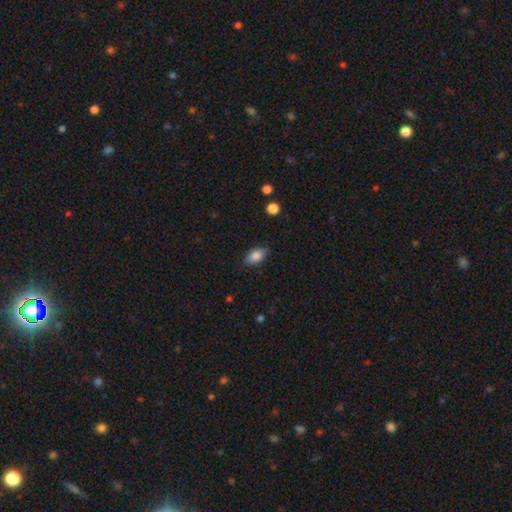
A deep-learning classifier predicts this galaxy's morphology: This is clearly a smooth galaxy (84%). How rounded: clearly in between (90%). Merging: clearly none (84%).